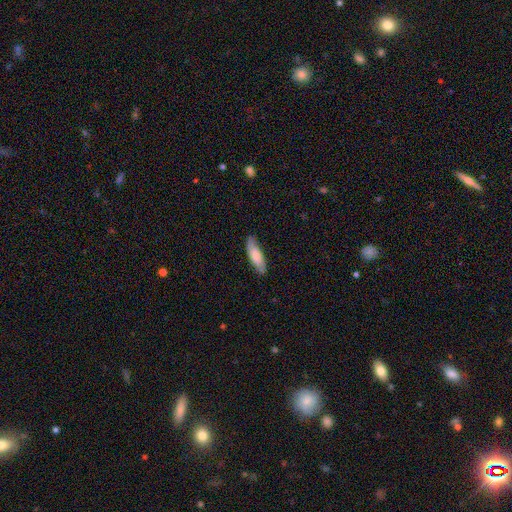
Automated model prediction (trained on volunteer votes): Overall: smooth (66%; featured or disk 29%). How rounded: cigar-shaped (49%, tied with in between). Merging: none (82%).